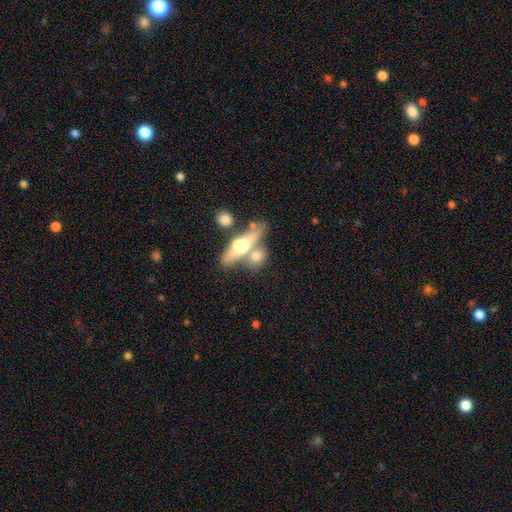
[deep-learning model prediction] Smooth or featured: smooth — 49% (featured or disk — 43%)
Merging: merger — 41% (tied with none — 41%)